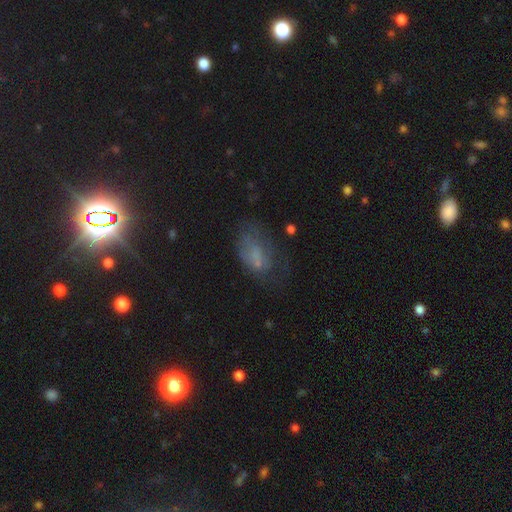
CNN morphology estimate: This appears to be a smooth galaxy with no disk features (56%) that is in between round and cigar-shaped (87%). Merging: none (39%).